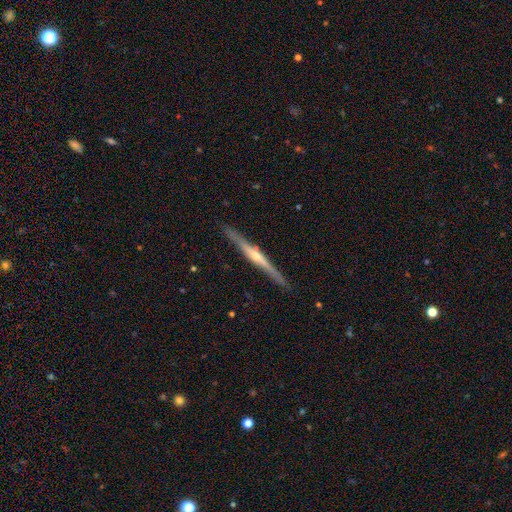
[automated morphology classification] Overall: featured or disk (79%). Edge-on disk: yes (98%). Edge-on bulge: rounded (78%). Merging: none (90%).